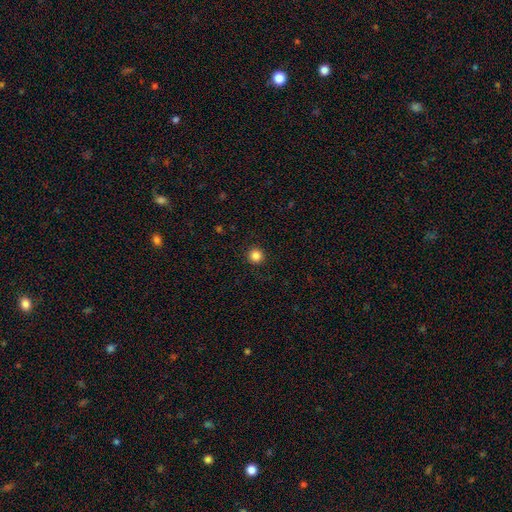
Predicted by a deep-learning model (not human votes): A smooth galaxy with no disk features (85%) that is round (96%).

Vote fractions:
- Smooth or featured? smooth: 85% / star or artifact: 12% / featured or disk: 4%
- How rounded? round: 96% / in between: 4% / cigar-shaped: 1%
- Merging? none: 93% / minor disturbance: 5% / major disturbance: 2% / merger: 1%